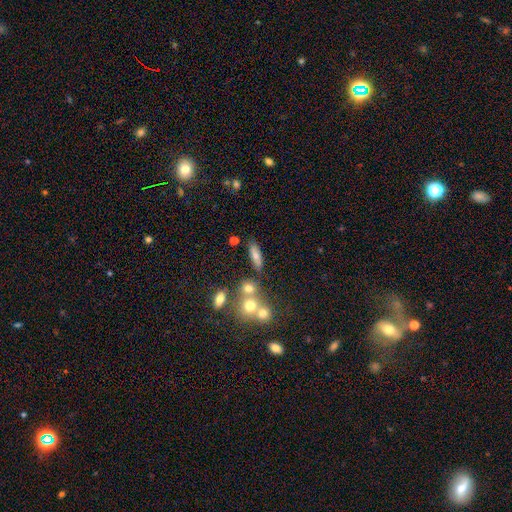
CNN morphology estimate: The model was most divided on "how rounded": in between: 48%, cigar-shaped: 44%, round: 8%. More confident: merging — none (71%); smooth or featured — smooth (67%).